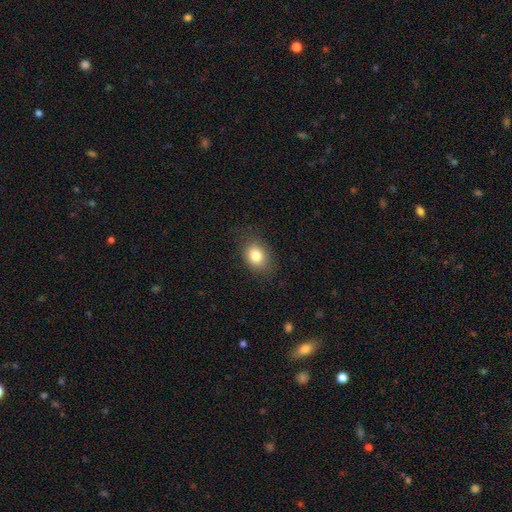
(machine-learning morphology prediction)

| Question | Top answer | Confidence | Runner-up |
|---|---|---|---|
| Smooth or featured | smooth | 82% | star or artifact (10%) |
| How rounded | in between | 62% | round (37%) |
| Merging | none | 80% | minor disturbance (14%) |